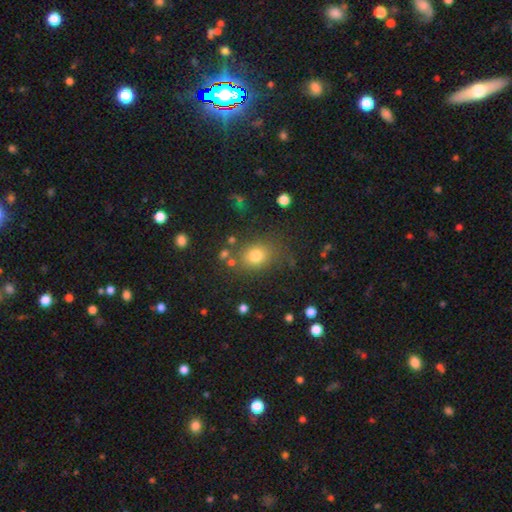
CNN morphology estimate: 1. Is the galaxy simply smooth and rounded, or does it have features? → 76% smooth, 15% star or artifact, 9% featured or disk.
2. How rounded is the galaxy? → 60% round, 39% in between, 1% cigar-shaped.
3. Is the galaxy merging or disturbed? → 74% none, 15% minor disturbance, 7% major disturbance, 5% merger.